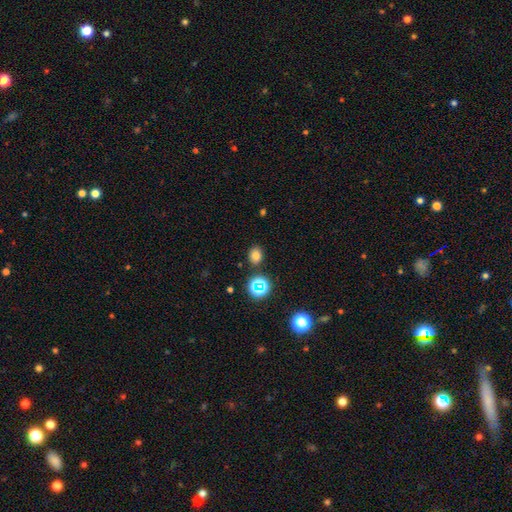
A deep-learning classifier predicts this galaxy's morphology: Smooth or featured? Predicted: smooth (p=0.74). How rounded? Predicted: round (p=0.52). Merging? Predicted: none (p=0.85).